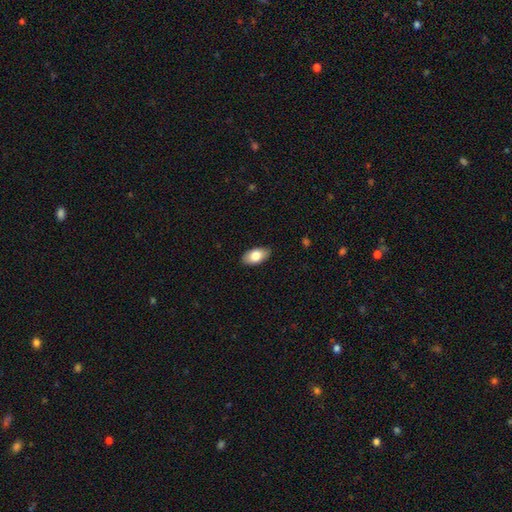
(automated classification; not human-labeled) The model was most divided on "smooth or featured": smooth: 80%, featured or disk: 14%, star or artifact: 6%. More confident: how rounded — in between (93%); merging — none (86%).